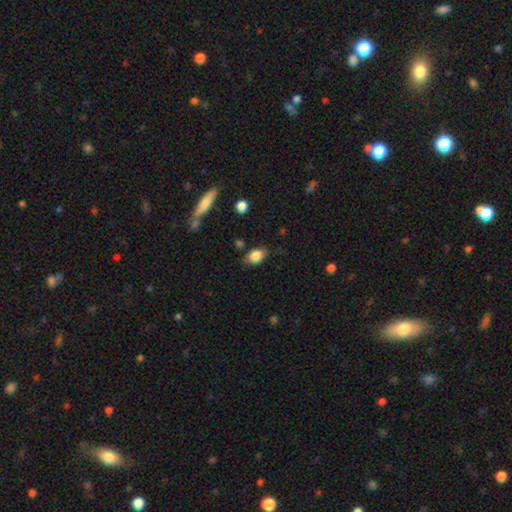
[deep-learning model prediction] A smooth galaxy with no disk features (83%) that is in between round and cigar-shaped (74%). Merging: none (71%).